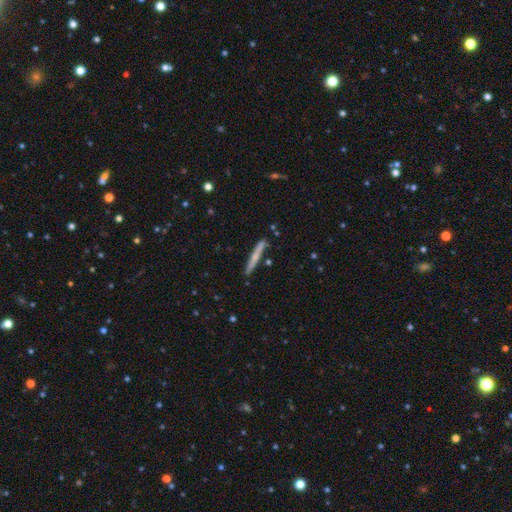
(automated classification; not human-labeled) Smooth or featured: smooth — 48% (featured or disk — 46%)
Merging: none — 84% (minor disturbance — 11%)